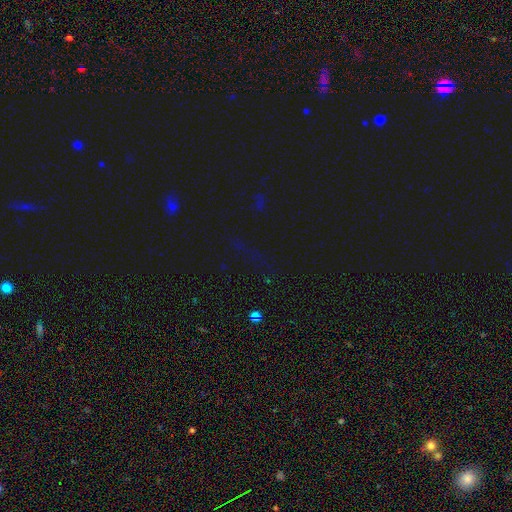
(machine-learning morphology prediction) This appears to be a star or artifact, not a galaxy (72%).